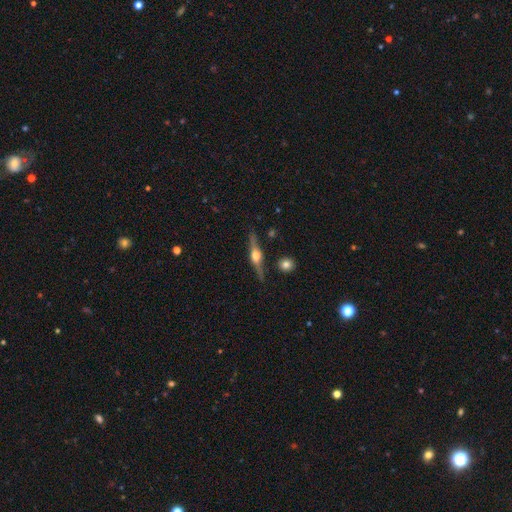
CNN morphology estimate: This appears to be a featured or disk galaxy (81%) viewed edge-on (97%) with a rounded central bulge (93%). Merging: none (86%).